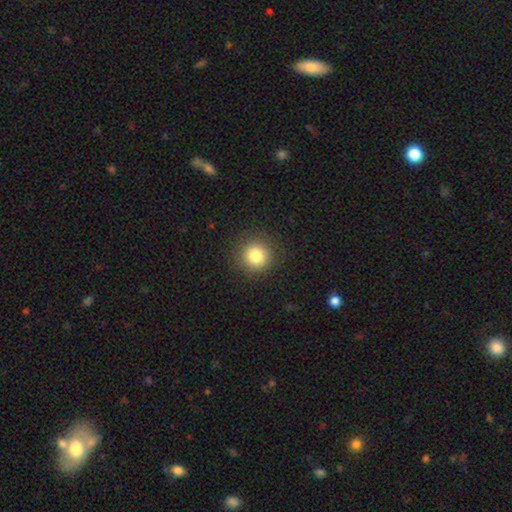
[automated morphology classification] Smooth or featured? Predicted: smooth (p=0.81). How rounded? Predicted: round (p=0.94). Merging? Predicted: none (p=0.90).